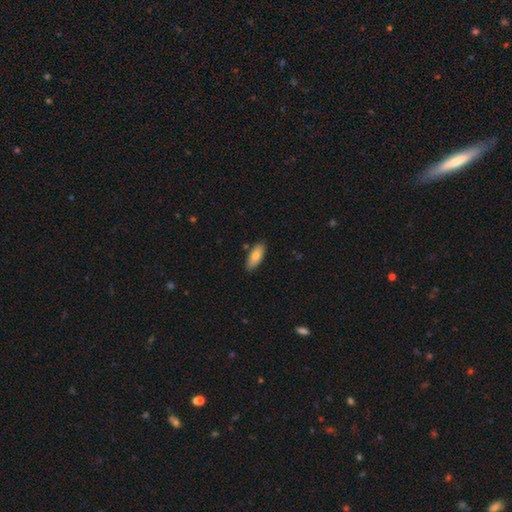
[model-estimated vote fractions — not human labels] smooth-or-featured: smooth: 80% | featured or disk: 13% | star or artifact: 6%
  how-rounded: in between: 80% | cigar-shaped: 18% | round: 2%
  merging: none: 84% | minor disturbance: 12% | merger: 3% | major disturbance: 2%